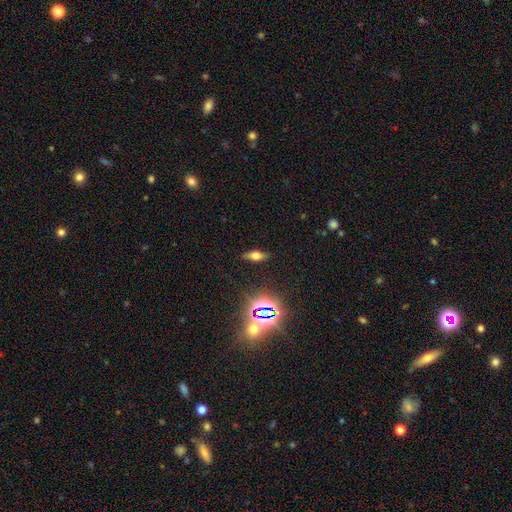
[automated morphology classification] Q: Smooth or featured?
A: smooth (53%); runner-up: featured or disk (27%)
Q: How rounded?
A: in between (64%); runner-up: cigar-shaped (29%)
Q: Merging?
A: none (85%); runner-up: minor disturbance (10%)